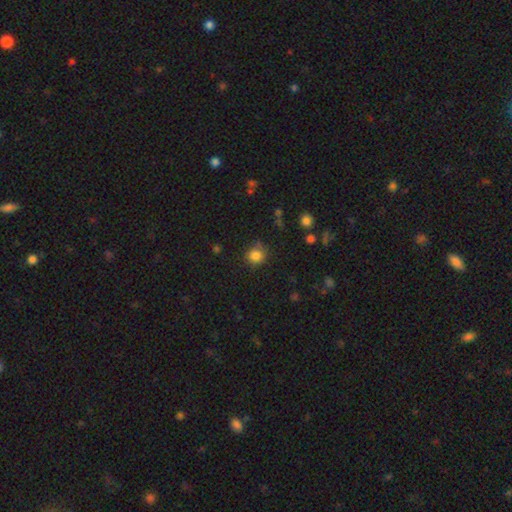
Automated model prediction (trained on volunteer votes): Smooth or featured?
  - smooth: 83% *
  - star or artifact: 12%
  - featured or disk: 5%
How rounded?
  - round: 86% *
  - in between: 13%
  - cigar-shaped: 1%
Merging?
  - none: 74% *
  - minor disturbance: 18%
  - major disturbance: 5%
  - merger: 3%